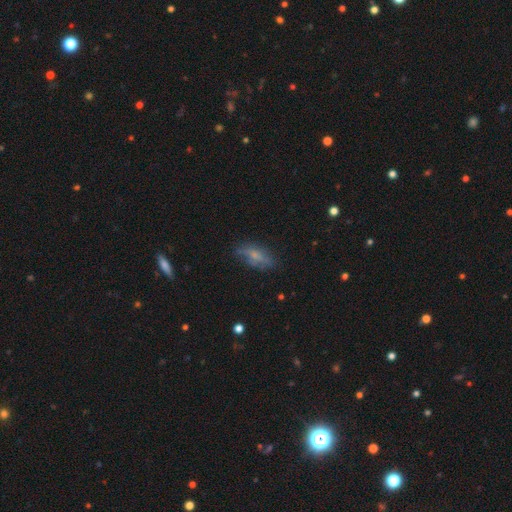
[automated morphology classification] smooth 51%, featured or disk 38%, star or artifact 11%. Down the decision tree: how rounded — in between (75%); merging — none (63%).